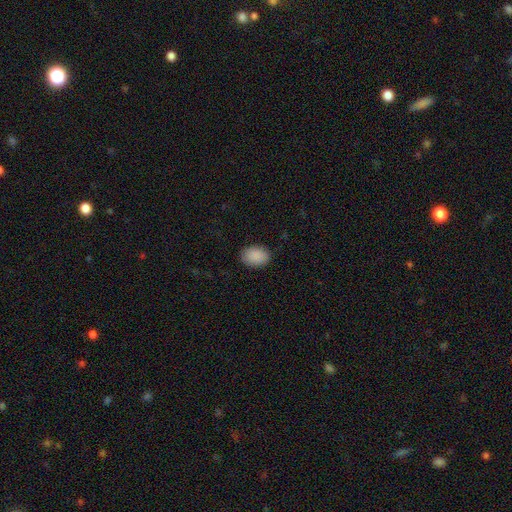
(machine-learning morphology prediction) Smooth or featured? smooth (90%)
How rounded? in between (78%)
Merging? none (88%)